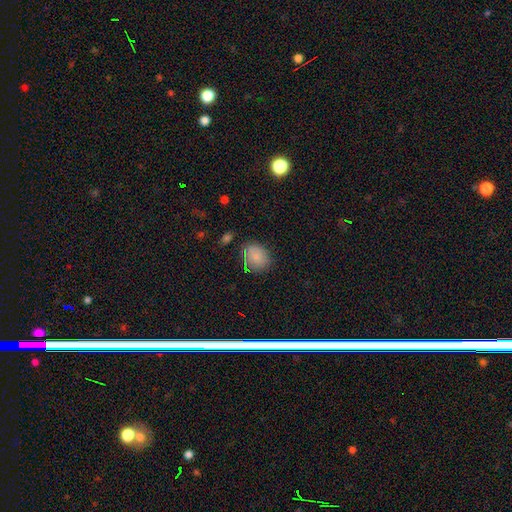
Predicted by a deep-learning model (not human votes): Morphology: type=smooth (81%); roundness=round (57%); merging=none (74%).